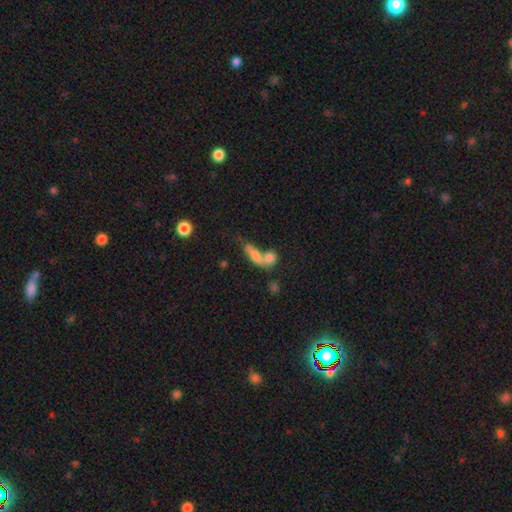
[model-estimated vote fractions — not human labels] Morphology: type=smooth (65%); roundness=in between (47%); merging=merger (52%).